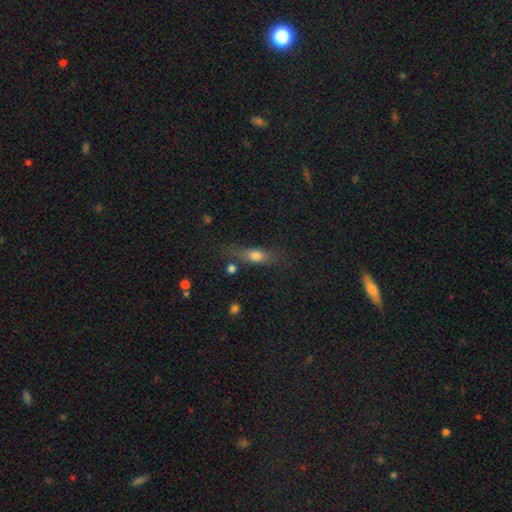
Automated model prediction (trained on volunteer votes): Smooth or featured?
  - smooth: 69% *
  - featured or disk: 20%
  - star or artifact: 11%
How rounded?
  - in between: 57% *
  - cigar-shaped: 32%
  - round: 10%
Merging?
  - none: 58% *
  - minor disturbance: 23%
  - major disturbance: 12%
  - merger: 7%